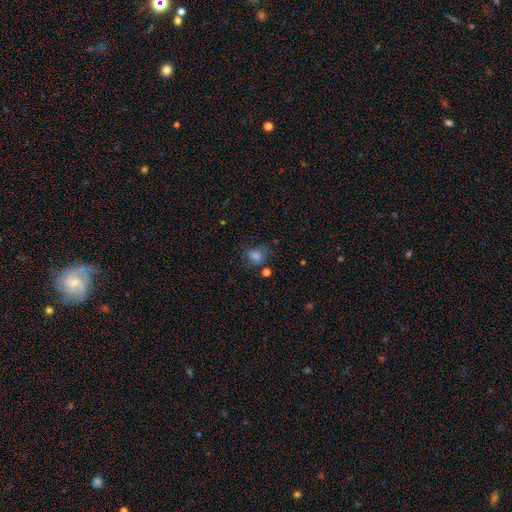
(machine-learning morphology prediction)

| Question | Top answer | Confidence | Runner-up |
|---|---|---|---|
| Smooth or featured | smooth | 67% | star or artifact (21%) |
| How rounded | round | 57% | in between (42%) |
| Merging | none | 63% | minor disturbance (21%) |